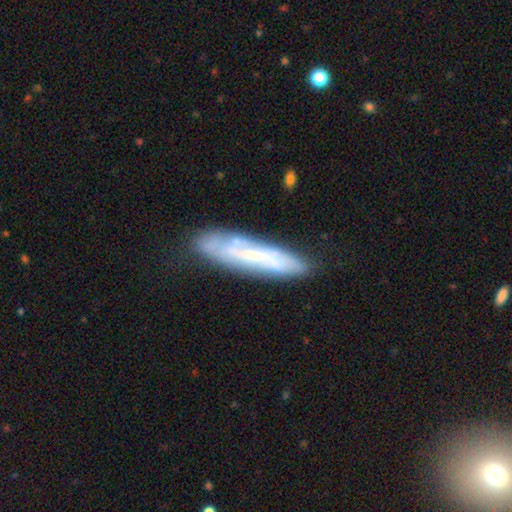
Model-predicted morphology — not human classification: type=featured or disk (53%); edge-on=no (52%); merging=none (74%).